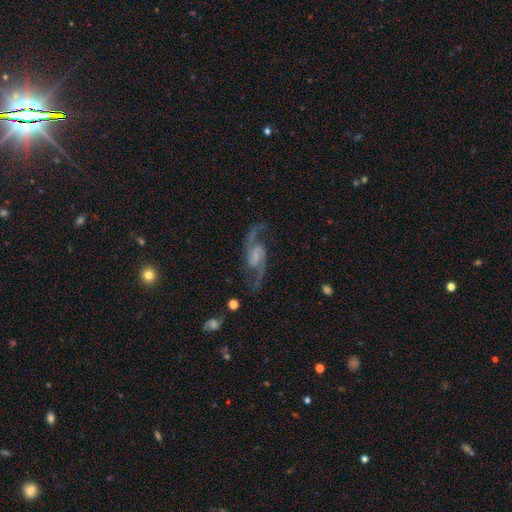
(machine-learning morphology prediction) The model was most divided on "spiral winding": medium: 47%, loose: 45%, tight: 8%. Remaining: spiral arms — yes (98%); edge-on disk — no (97%); spiral arm count — 2 (94%); smooth or featured — featured or disk (91%); merging — none (76%); bar — weak (51%); bulge size — none (43%).